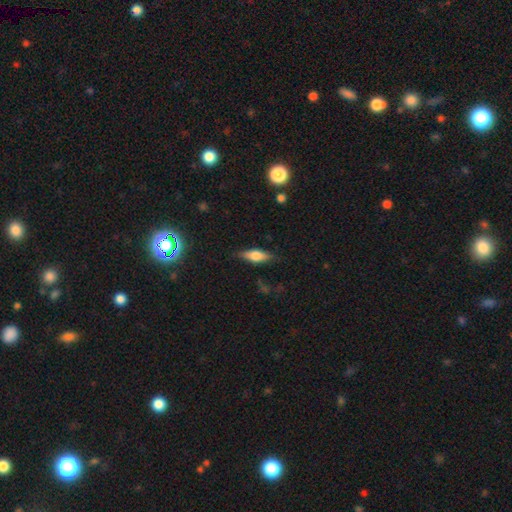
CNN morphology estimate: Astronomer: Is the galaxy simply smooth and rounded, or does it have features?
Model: smooth — 47% (runner-up: featured or disk, 45%).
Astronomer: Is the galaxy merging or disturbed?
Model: none — 82%.